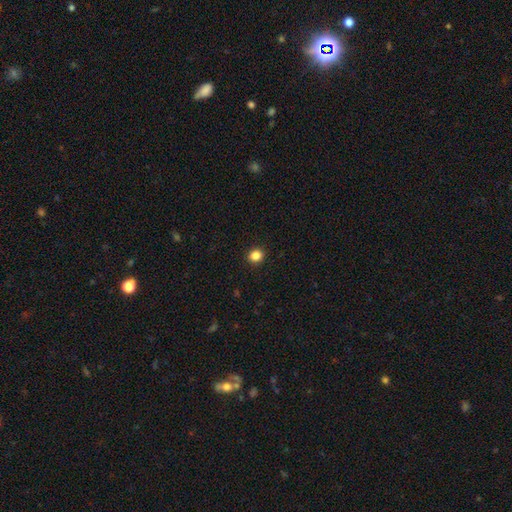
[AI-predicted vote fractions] Smooth or featured: smooth — 85% (star or artifact — 12%)
How rounded: round — 84% (in between — 15%)
Merging: none — 93% (minor disturbance — 5%)